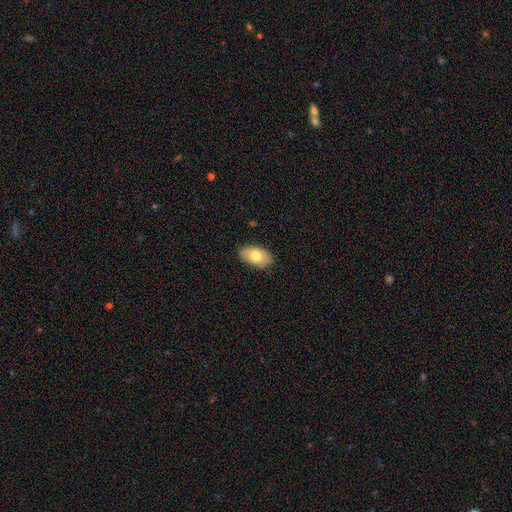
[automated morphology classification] A smooth galaxy with no disk features (76%) that is in between round and cigar-shaped (93%).

Vote fractions:
- Smooth or featured? smooth: 76% / featured or disk: 18% / star or artifact: 7%
- How rounded? in between: 93% / round: 5% / cigar-shaped: 2%
- Merging? none: 84% / minor disturbance: 12% / major disturbance: 2% / merger: 1%